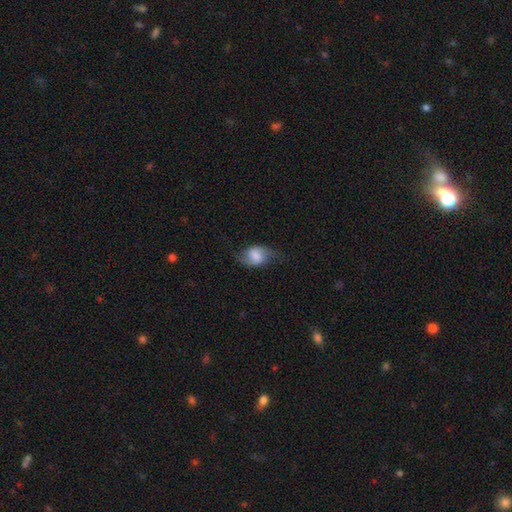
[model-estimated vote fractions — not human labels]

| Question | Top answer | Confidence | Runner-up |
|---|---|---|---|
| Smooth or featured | smooth | 47% | featured or disk (44%) |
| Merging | none | 61% | minor disturbance (25%) |